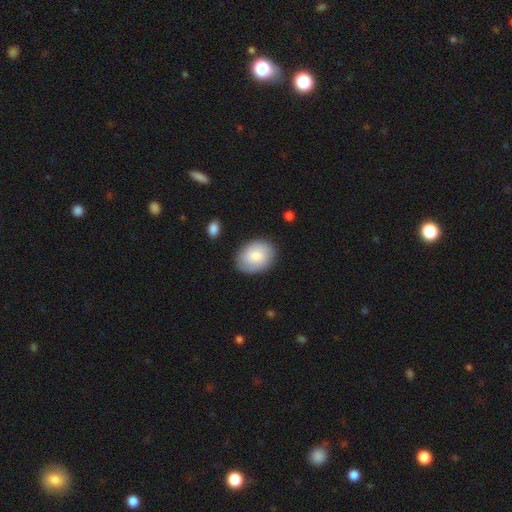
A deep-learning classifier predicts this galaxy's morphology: Smooth or featured? smooth (78%)
How rounded? in between (64%)
Merging? none (84%)